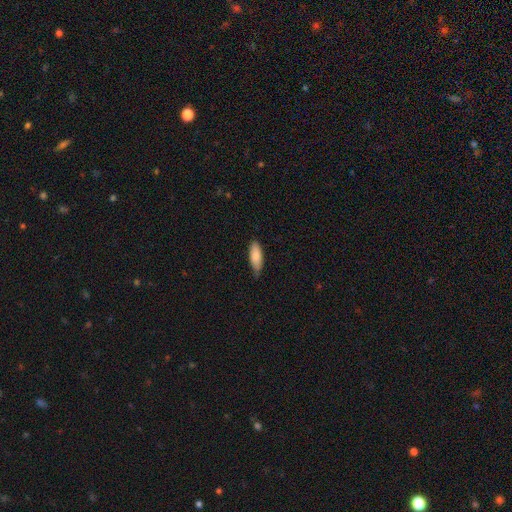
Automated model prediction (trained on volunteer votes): Smooth or featured?
  - smooth: 85% *
  - featured or disk: 9%
  - star or artifact: 6%
How rounded?
  - in between: 69% *
  - cigar-shaped: 30%
  - round: 2%
Merging?
  - none: 67% *
  - minor disturbance: 28%
  - major disturbance: 3%
  - merger: 1%